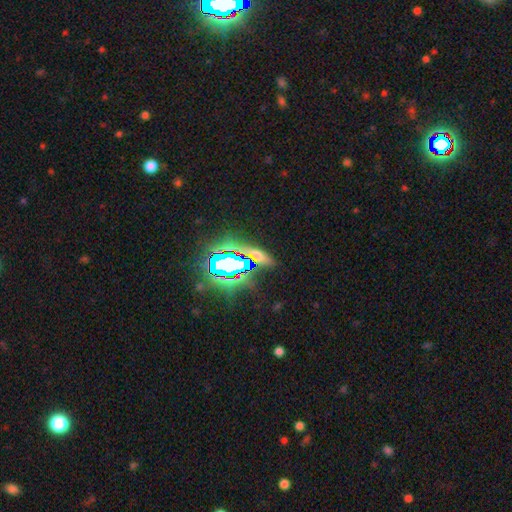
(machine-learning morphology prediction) Q: Smooth or featured?
A: star or artifact (46%); runner-up: smooth (38%)